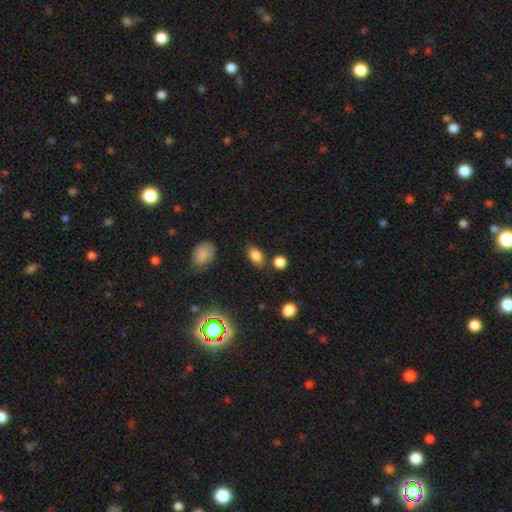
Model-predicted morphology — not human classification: This is clearly a smooth galaxy (82%). How rounded: clearly in between (87%). Merging: likely none (77%).